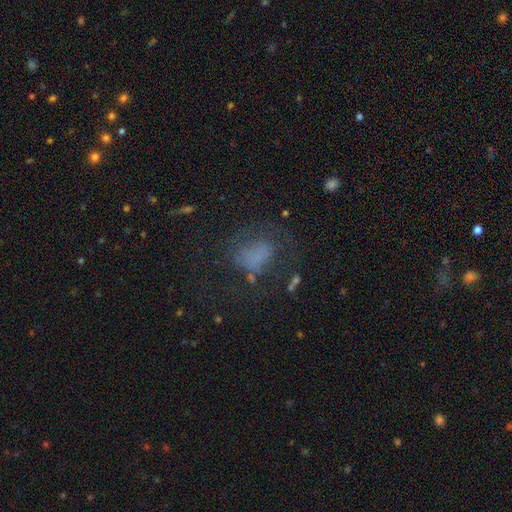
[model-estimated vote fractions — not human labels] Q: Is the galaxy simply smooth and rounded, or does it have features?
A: smooth — 50%.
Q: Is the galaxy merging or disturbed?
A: none — 43%.